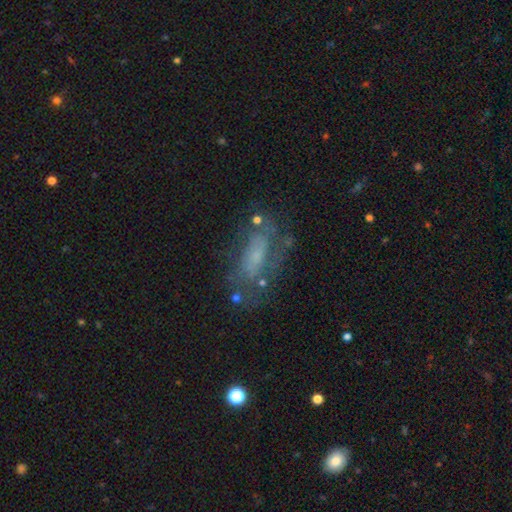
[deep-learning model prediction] Smooth or featured? featured or disk (55%)
Edge-on disk? no (87%)
Merging? none (58%)